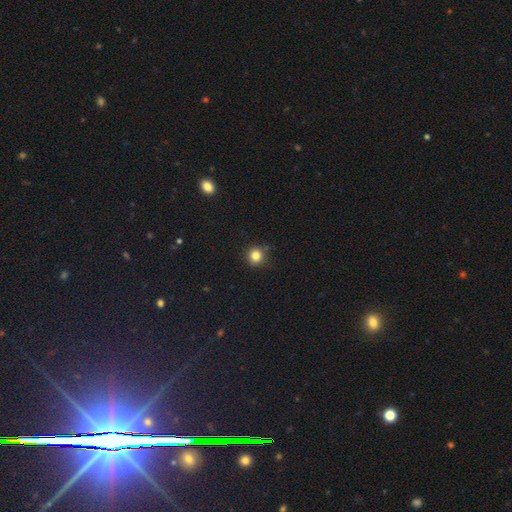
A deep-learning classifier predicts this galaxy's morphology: A smooth galaxy with no disk features (83%) that is round (91%). Merging: none (84%).